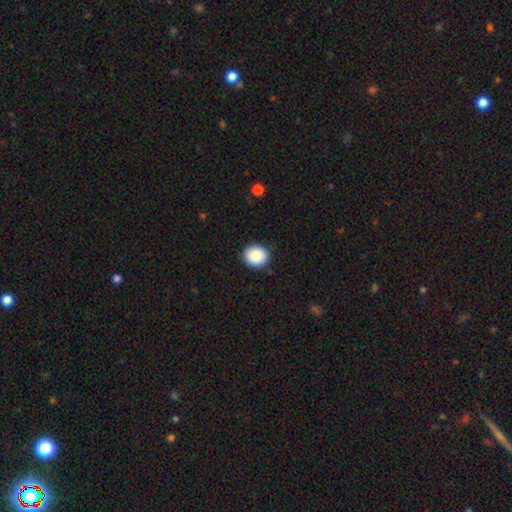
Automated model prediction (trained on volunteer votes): smooth_or_featured: smooth (p=0.89) [alt: star or artifact p=0.08]
how_rounded: round (p=0.73) [alt: in between p=0.26]
merging: none (p=0.90) [alt: minor disturbance p=0.07]